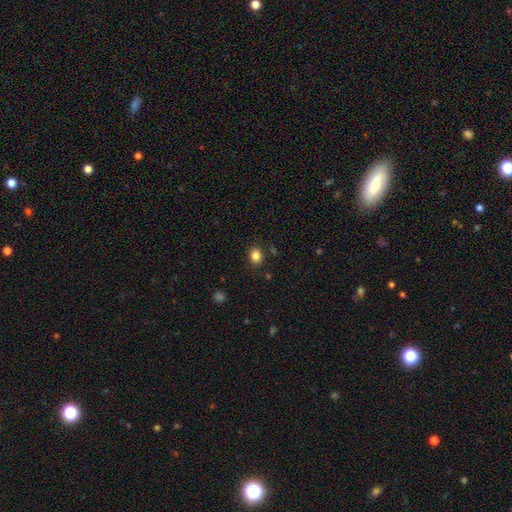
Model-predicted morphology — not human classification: This appears to be a smooth galaxy with no disk features (84%) that is round (55%). Merging: none (85%).